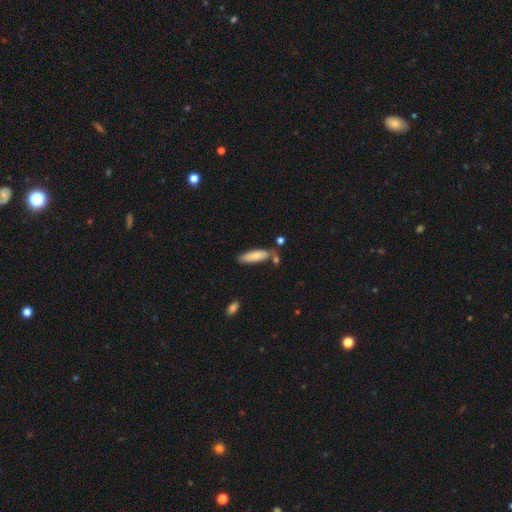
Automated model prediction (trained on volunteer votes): The model was most divided on "how rounded": cigar-shaped: 56%, in between: 43%, round: 2%. More confident: smooth or featured — smooth (77%); merging — none (63%).